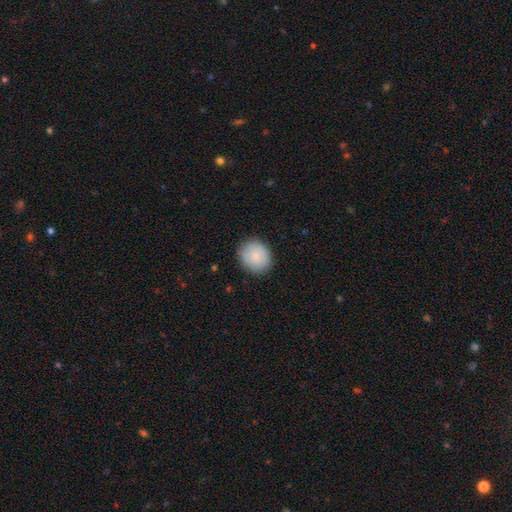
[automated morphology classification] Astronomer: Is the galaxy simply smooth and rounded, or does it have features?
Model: smooth — 85%.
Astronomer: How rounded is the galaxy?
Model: round — 72%.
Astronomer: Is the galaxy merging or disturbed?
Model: none — 85%.